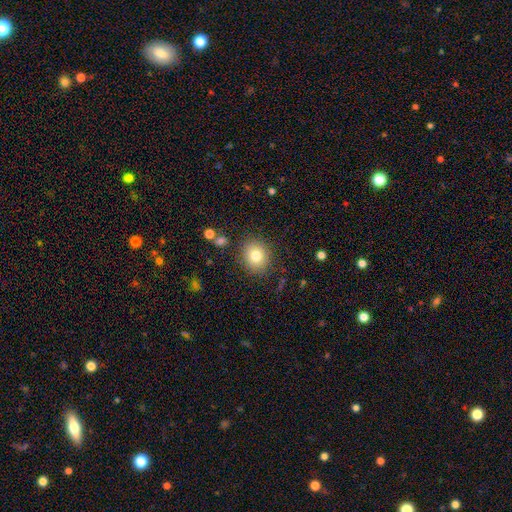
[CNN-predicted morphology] Smooth or featured? Predicted: smooth (p=0.79). How rounded? Predicted: round (p=0.74). Merging? Predicted: none (p=0.86).